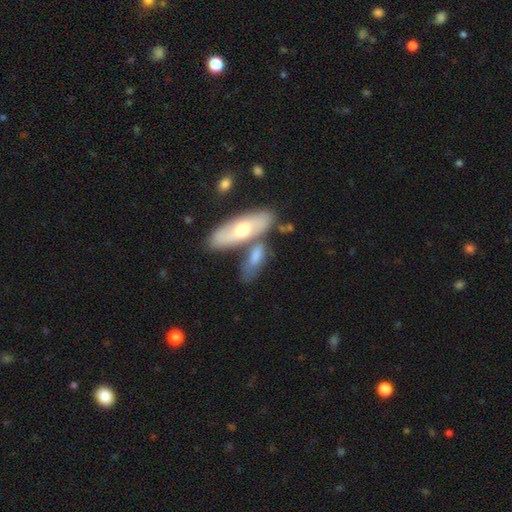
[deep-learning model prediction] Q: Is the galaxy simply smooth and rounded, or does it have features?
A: smooth — 59%.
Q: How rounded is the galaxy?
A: in between — 63%.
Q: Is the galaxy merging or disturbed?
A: none — 48%.